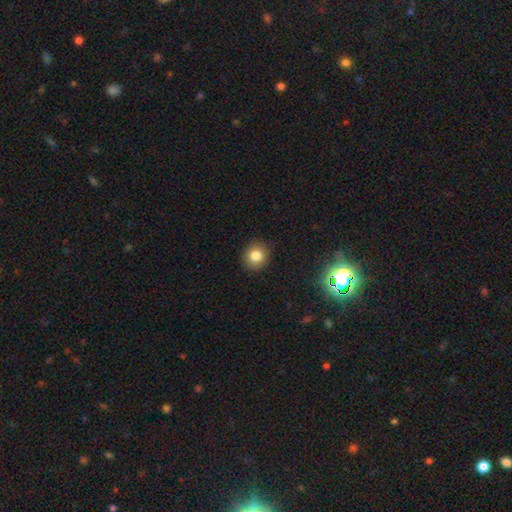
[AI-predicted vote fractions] This appears to be a smooth galaxy with no disk features (81%) that is round (82%). Merging: none (88%).